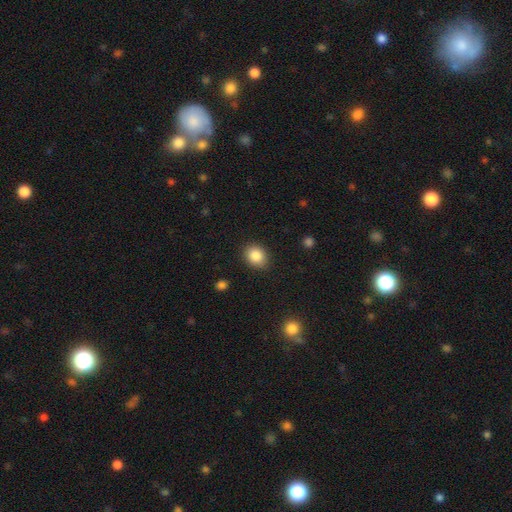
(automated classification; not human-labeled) This appears to be a smooth galaxy with no disk features (86%) that is round (53%). Merging: none (86%).